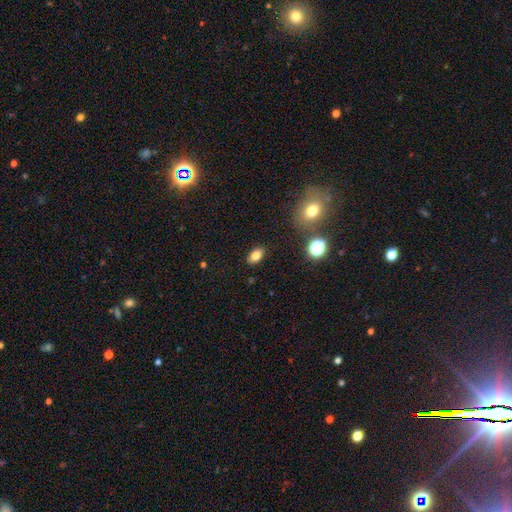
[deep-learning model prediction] A smooth galaxy with no disk features (80%) that is in between round and cigar-shaped (87%). Merging: none (87%).